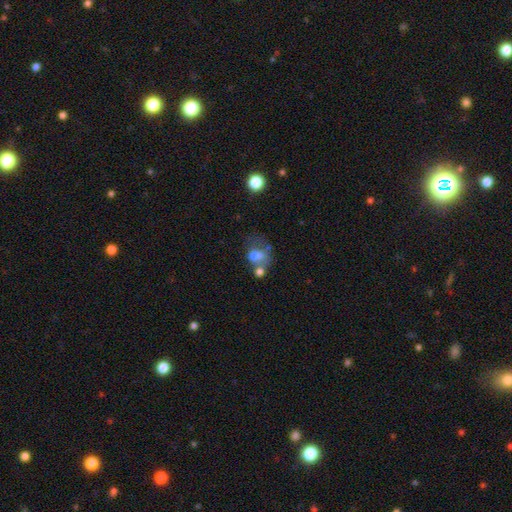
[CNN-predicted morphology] smooth 58%, featured or disk 28%, star or artifact 14%. Down the decision tree: how rounded — in between (64%); merging — merger (38%).